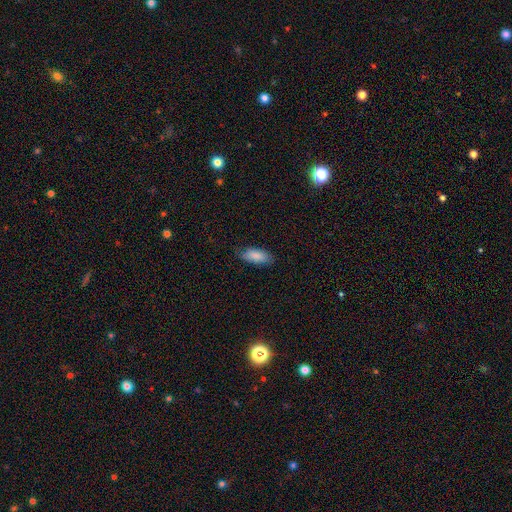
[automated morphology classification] Overall: smooth (87%). How rounded: in between (84%). Merging: none (80%).